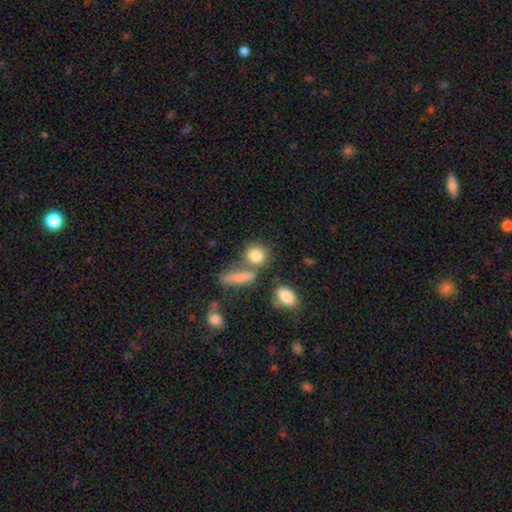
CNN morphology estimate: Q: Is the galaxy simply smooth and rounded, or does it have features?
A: smooth — 81%.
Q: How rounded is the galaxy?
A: round — 66%.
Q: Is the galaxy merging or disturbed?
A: none — 52%.